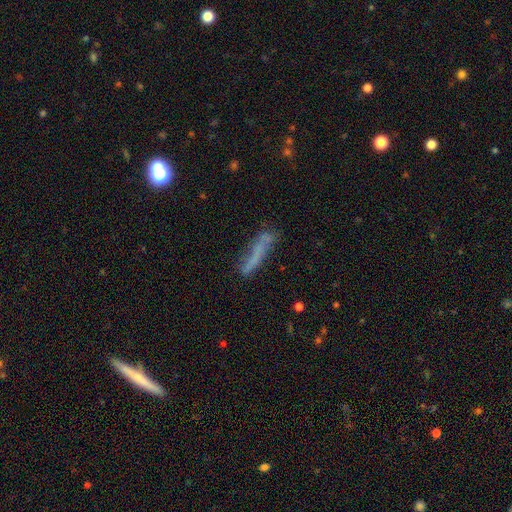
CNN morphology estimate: Overall: smooth (56%; featured or disk 32%). How rounded: cigar-shaped (84%). Merging: none (55%; minor disturbance 24%).